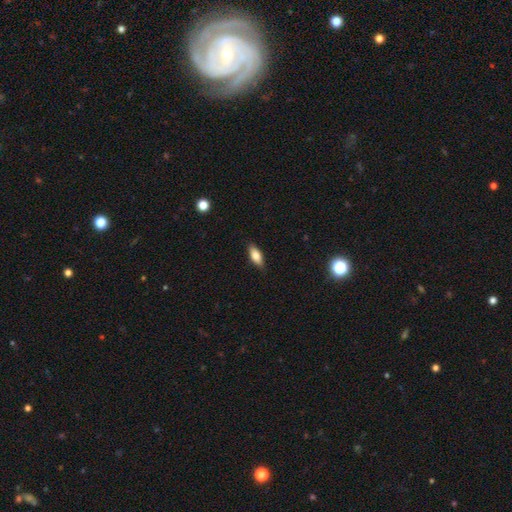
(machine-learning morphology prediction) type=smooth (78%); roundness=in between (77%); merging=none (87%).